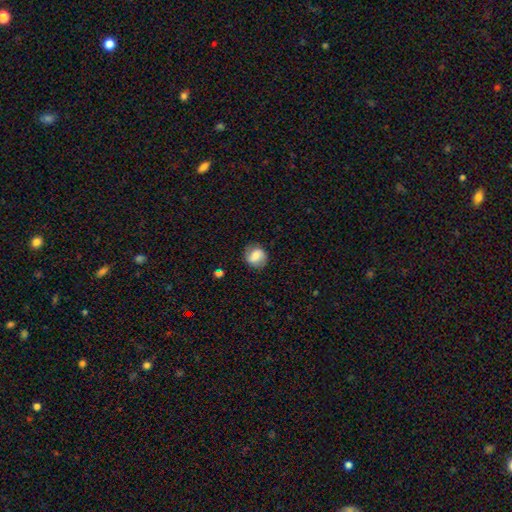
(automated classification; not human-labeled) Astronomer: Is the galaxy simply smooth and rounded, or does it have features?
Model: smooth — 60%.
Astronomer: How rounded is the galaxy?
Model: round — 75%.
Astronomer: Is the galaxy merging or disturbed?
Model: none — 80%.